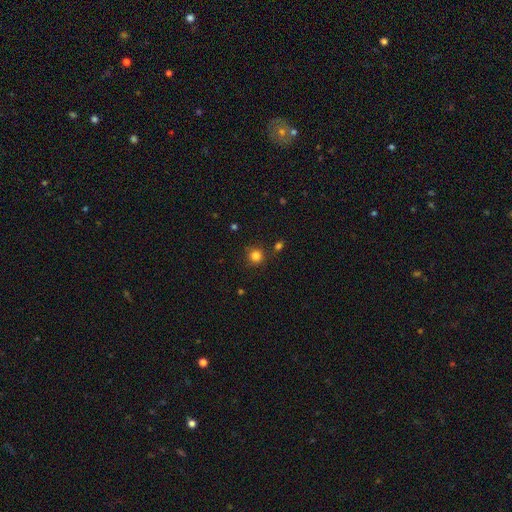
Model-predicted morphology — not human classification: The model was most divided on "smooth or featured": smooth: 83%, star or artifact: 13%, featured or disk: 4%. More confident: how rounded — round (92%); merging — none (84%).